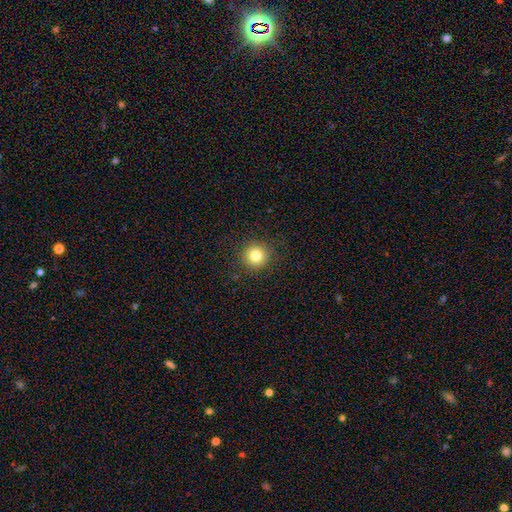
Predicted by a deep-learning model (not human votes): Smooth or featured? smooth (81%)
How rounded? round (95%)
Merging? none (90%)